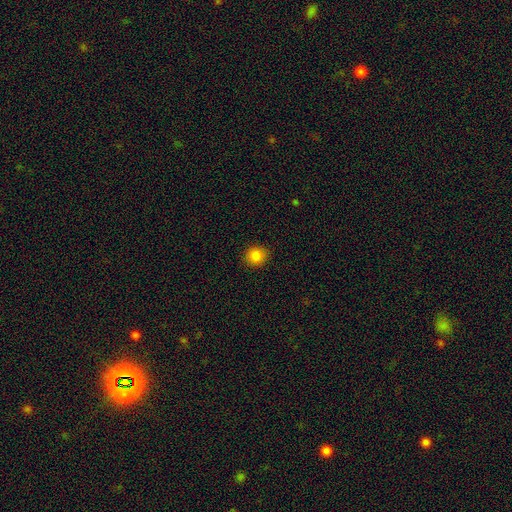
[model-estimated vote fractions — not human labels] Smooth or featured? smooth (83%)
How rounded? round (84%)
Merging? none (90%)